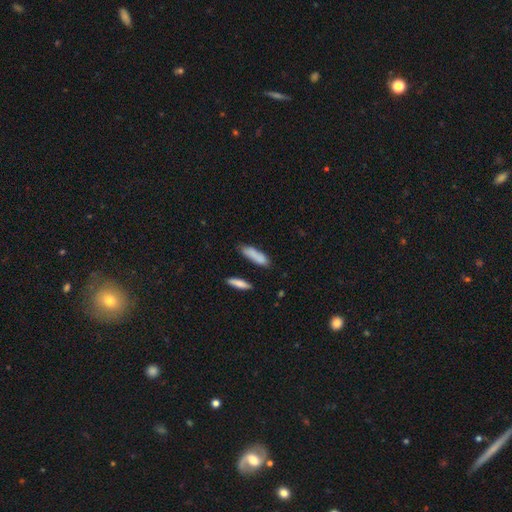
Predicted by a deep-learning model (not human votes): This appears to be a smooth galaxy with no disk features (84%) that is cigar-shaped (62%). Merging: none (74%).